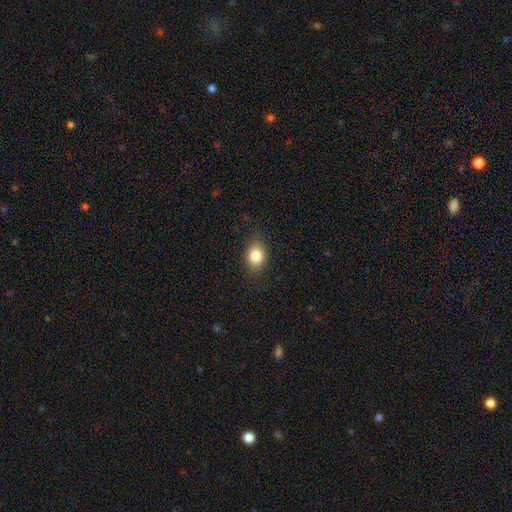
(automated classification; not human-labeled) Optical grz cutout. It shows a smooth galaxy with no disk features (82%) that is in between round and cigar-shaped (55%). Merging: none (83%).